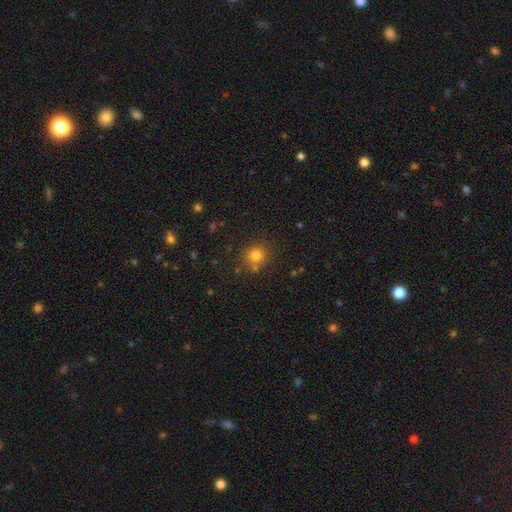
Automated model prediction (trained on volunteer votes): A smooth galaxy with no disk features (78%) that is round (89%). Merging: none (78%).